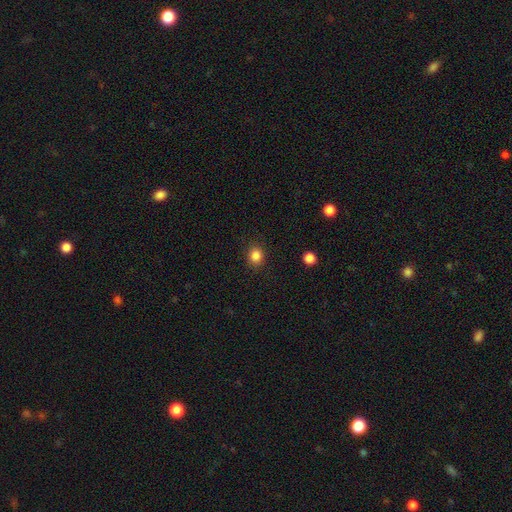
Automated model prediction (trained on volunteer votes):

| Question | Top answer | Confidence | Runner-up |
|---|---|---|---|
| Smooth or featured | smooth | 85% | star or artifact (11%) |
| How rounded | round | 75% | in between (24%) |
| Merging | none | 89% | minor disturbance (7%) |